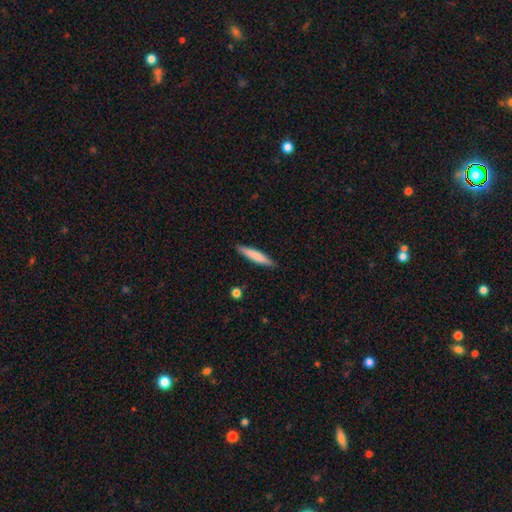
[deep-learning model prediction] This appears to be a smooth galaxy with no disk features (75%) that is cigar-shaped (91%). Merging: none (89%).